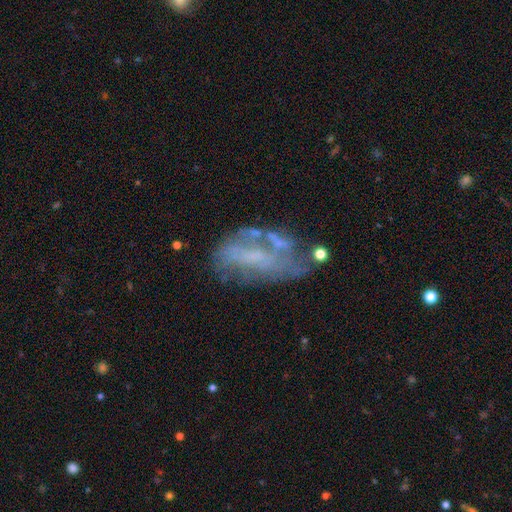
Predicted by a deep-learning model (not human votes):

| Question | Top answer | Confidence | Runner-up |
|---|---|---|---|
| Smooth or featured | featured or disk | 63% | smooth (25%) |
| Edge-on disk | no | 93% | yes (7%) |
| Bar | no | 63% | weak (26%) |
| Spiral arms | no | 62% | yes (38%) |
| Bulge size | none | 49% | small (33%) |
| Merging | none | 40% | major disturbance (25%) |